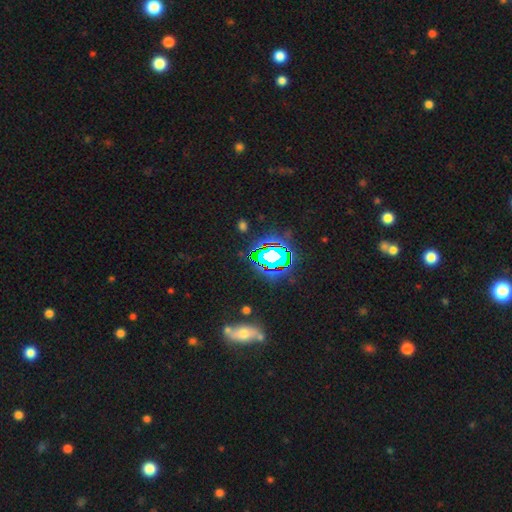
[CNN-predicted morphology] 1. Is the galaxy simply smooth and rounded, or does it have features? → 72% star or artifact, 15% smooth, 13% featured or disk.